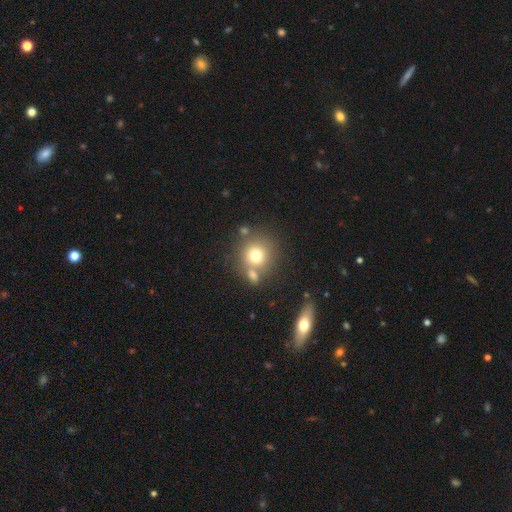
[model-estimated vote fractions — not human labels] smooth-or-featured: smooth: 73% | featured or disk: 15% | star or artifact: 12%
  how-rounded: round: 89% | in between: 10% | cigar-shaped: 1%
  merging: none: 61% | merger: 25% | minor disturbance: 10% | major disturbance: 4%